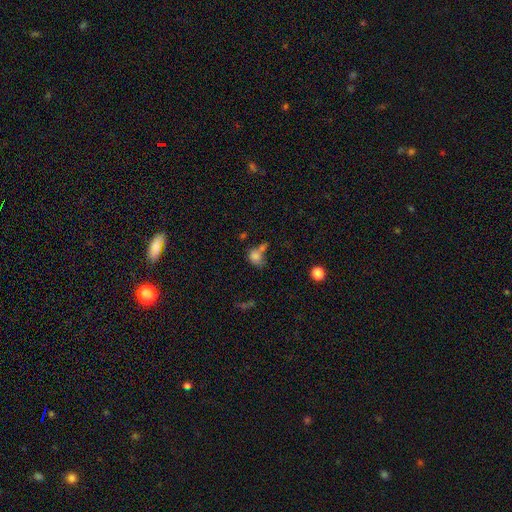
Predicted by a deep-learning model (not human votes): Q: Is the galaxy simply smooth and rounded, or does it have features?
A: smooth — 74%.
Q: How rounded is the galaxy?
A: in between — 64%.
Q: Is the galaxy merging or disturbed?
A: merger — 42%.